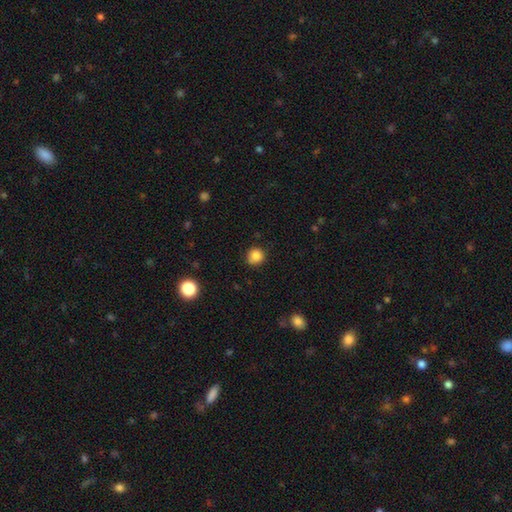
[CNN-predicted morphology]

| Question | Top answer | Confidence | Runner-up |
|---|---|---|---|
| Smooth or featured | smooth | 83% | star or artifact (12%) |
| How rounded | round | 90% | in between (10%) |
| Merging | none | 80% | minor disturbance (15%) |